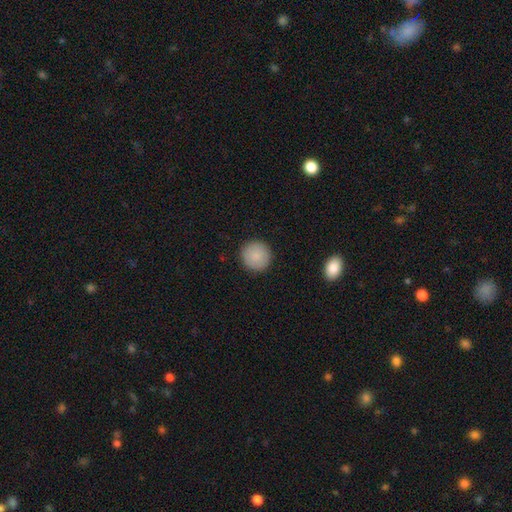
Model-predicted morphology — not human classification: smooth_or_featured: smooth (p=0.88) [alt: star or artifact p=0.07]
how_rounded: round (p=0.95) [alt: in between p=0.04]
merging: none (p=0.92) [alt: minor disturbance p=0.05]